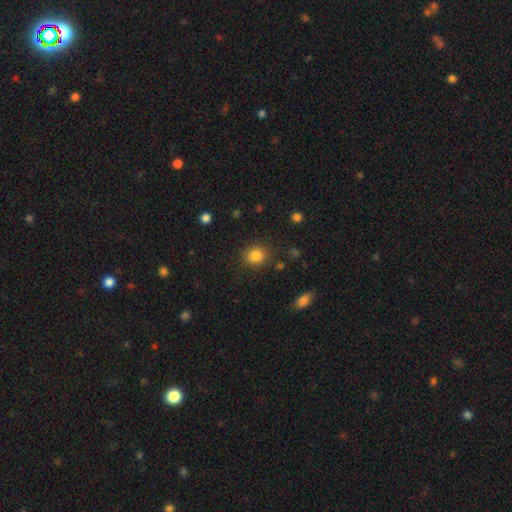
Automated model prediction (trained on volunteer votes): This appears to be a smooth galaxy with no disk features (84%) that is round (77%). Merging: none (85%).